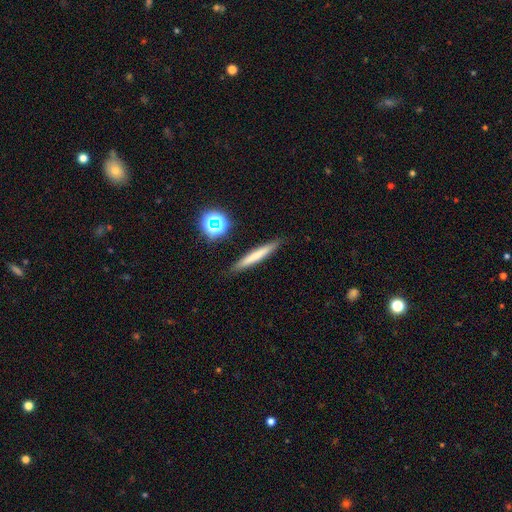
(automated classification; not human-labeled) Smooth or featured? Predicted: smooth (p=0.65). How rounded? Predicted: cigar-shaped (p=0.94). Merging? Predicted: none (p=0.89).